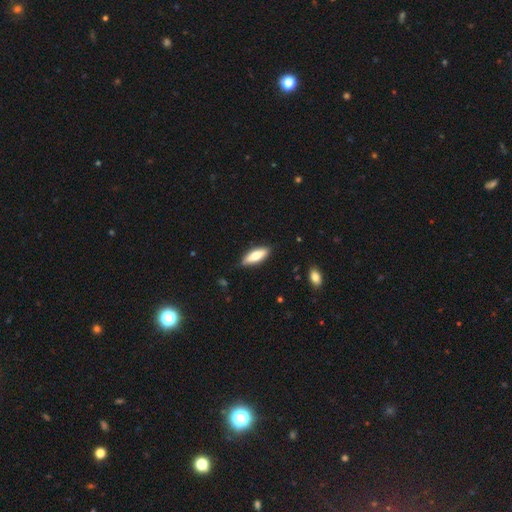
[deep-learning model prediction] Overall: smooth (66%; featured or disk 29%). How rounded: in between (59%; cigar-shaped 39%). Merging: none (85%).